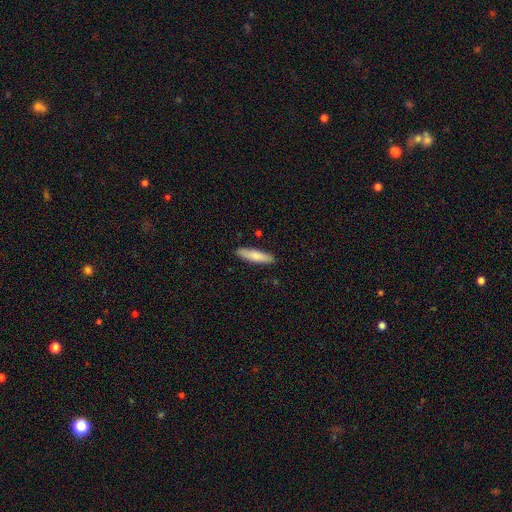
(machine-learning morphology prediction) smooth_or_featured: smooth (p=0.78) [alt: featured or disk p=0.16]
how_rounded: cigar-shaped (p=0.77) [alt: in between p=0.22]
merging: none (p=0.89) [alt: minor disturbance p=0.08]